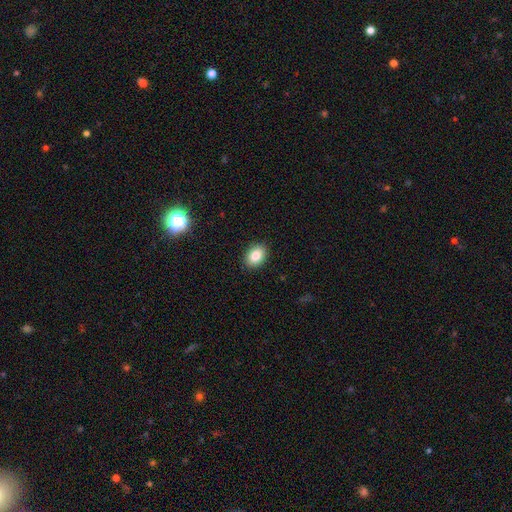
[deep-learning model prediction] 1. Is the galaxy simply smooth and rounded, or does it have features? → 84% smooth, 9% star or artifact, 7% featured or disk.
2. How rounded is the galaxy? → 76% in between, 23% round, 1% cigar-shaped.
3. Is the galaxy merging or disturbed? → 90% none, 7% minor disturbance, 2% major disturbance, 1% merger.